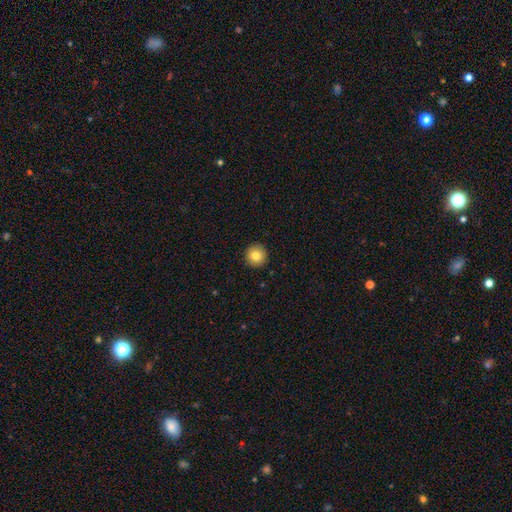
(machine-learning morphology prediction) A smooth galaxy with no disk features (81%) that is round (95%).

Vote fractions:
- Smooth or featured? smooth: 81% / featured or disk: 9% / star or artifact: 9%
- How rounded? round: 95% / in between: 4% / cigar-shaped: 1%
- Merging? none: 93% / minor disturbance: 5% / major disturbance: 1% / merger: 1%